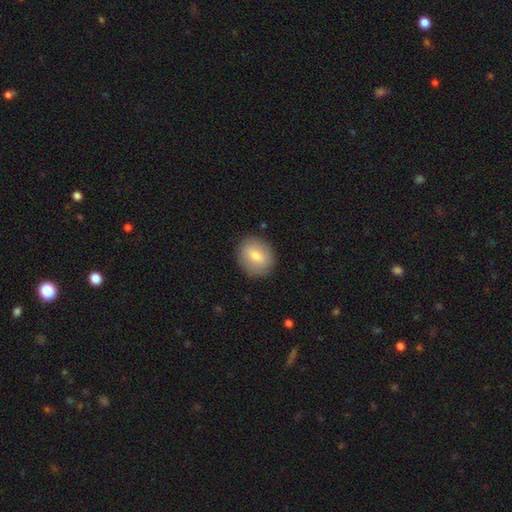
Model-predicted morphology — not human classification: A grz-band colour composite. It shows a smooth galaxy with no disk features (74%) that is round (65%). Merging: none (88%).